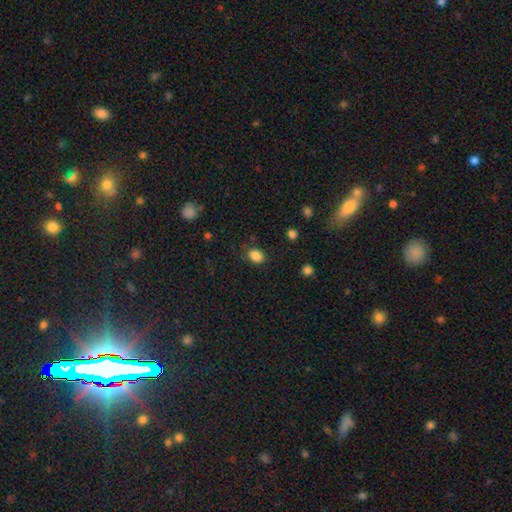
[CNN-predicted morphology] smooth_or_featured: smooth (p=0.86) [alt: star or artifact p=0.11]
how_rounded: in between (p=0.57) [alt: round p=0.42]
merging: none (p=0.79) [alt: minor disturbance p=0.14]